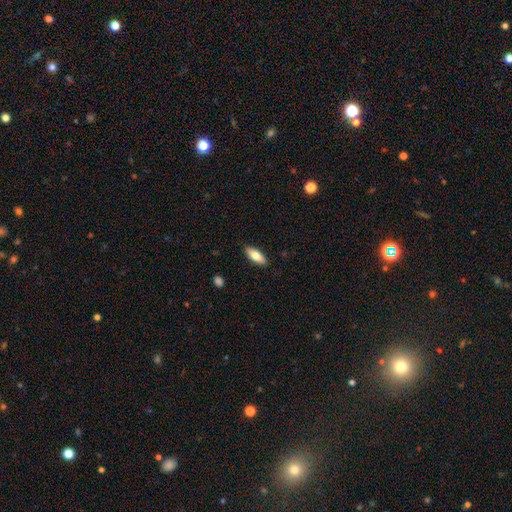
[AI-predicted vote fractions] This is likely a smooth galaxy (75%). How rounded: likely in between (74%). Merging: clearly none (89%).